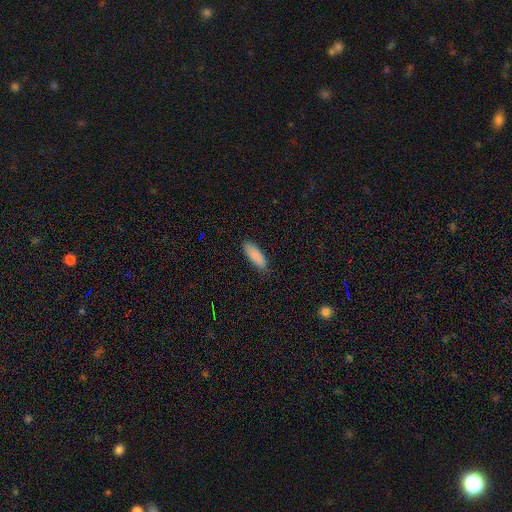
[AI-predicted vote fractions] Morphology: type=smooth (89%); roundness=in between (63%); merging=none (84%).